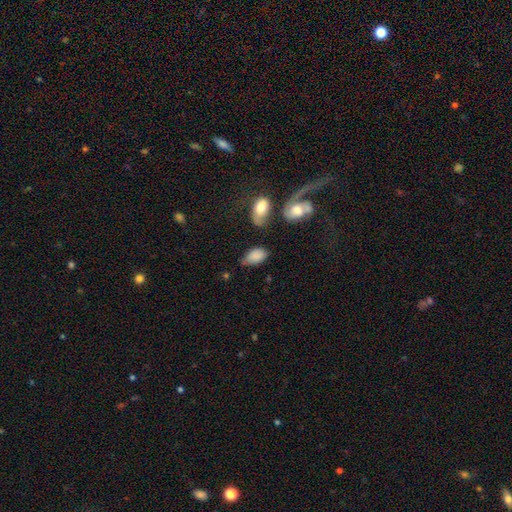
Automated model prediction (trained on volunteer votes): Smooth or featured? smooth (83%)
How rounded? in between (92%)
Merging? none (51%)